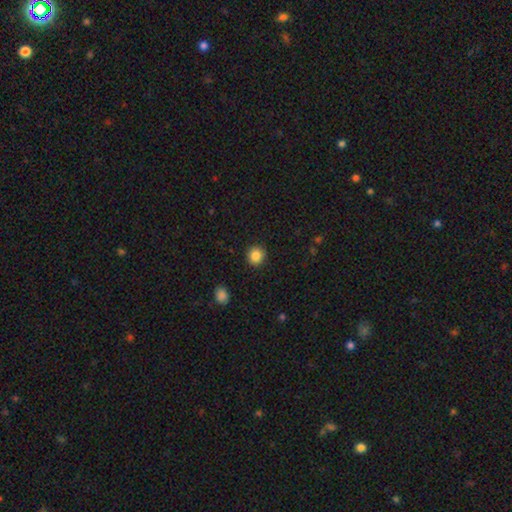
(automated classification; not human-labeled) The model was most divided on "smooth or featured": smooth: 87%, star or artifact: 10%, featured or disk: 4%. More confident: merging — none (92%); how rounded — round (90%).